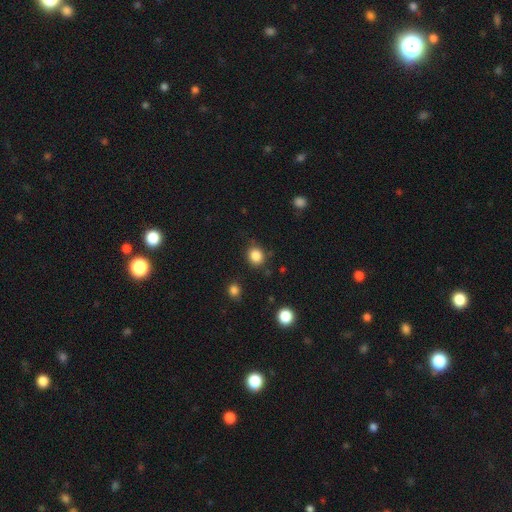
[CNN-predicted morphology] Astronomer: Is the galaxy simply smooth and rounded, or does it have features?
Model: smooth — 85%.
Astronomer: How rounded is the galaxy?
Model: round — 77%.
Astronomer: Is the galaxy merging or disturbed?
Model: none — 80%.